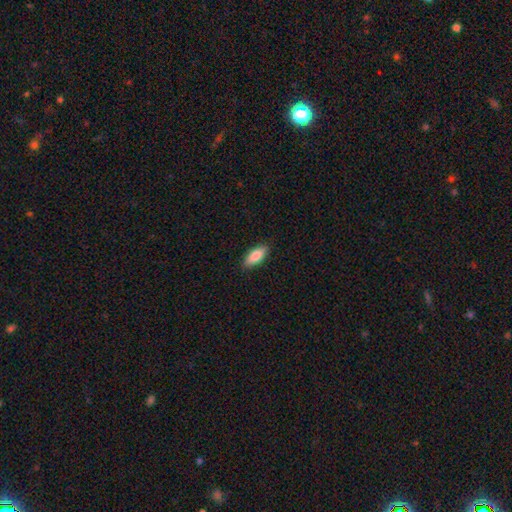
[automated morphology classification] smooth_or_featured: smooth (p=0.85) [alt: featured or disk p=0.09]
how_rounded: in between (p=0.78) [alt: cigar-shaped p=0.20]
merging: none (p=0.88) [alt: minor disturbance p=0.09]